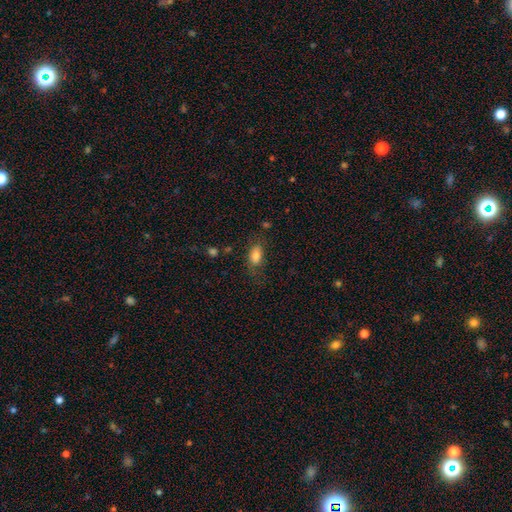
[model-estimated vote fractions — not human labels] smooth 81%, featured or disk 10%, star or artifact 9%. Down the decision tree: how rounded — in between (88%); merging — none (67%).